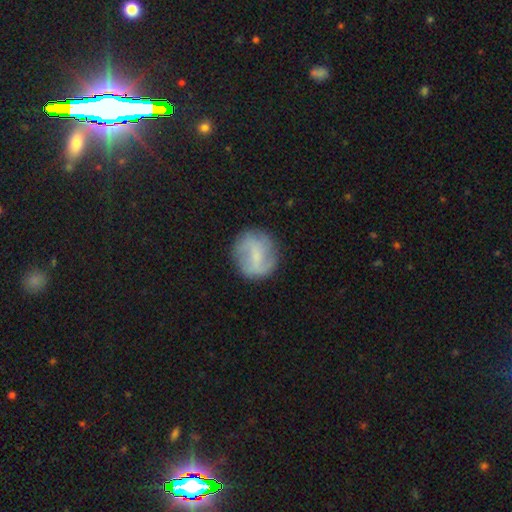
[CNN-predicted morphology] Smooth or featured? Predicted: smooth (p=0.47). Merging? Predicted: none (p=0.77).